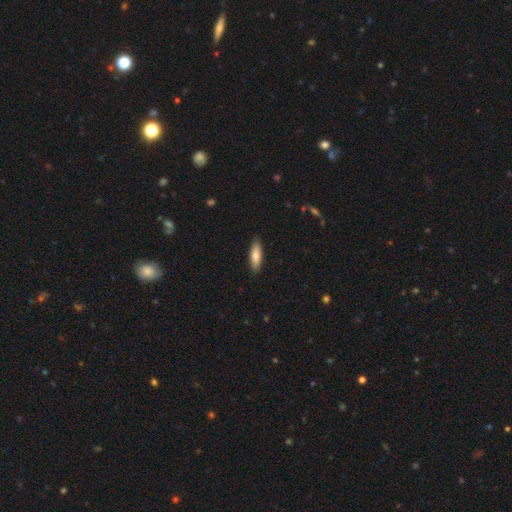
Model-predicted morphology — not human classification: The model was most divided on "how rounded": cigar-shaped: 54%, in between: 44%, round: 2%. More confident: merging — none (89%); smooth or featured — smooth (80%).